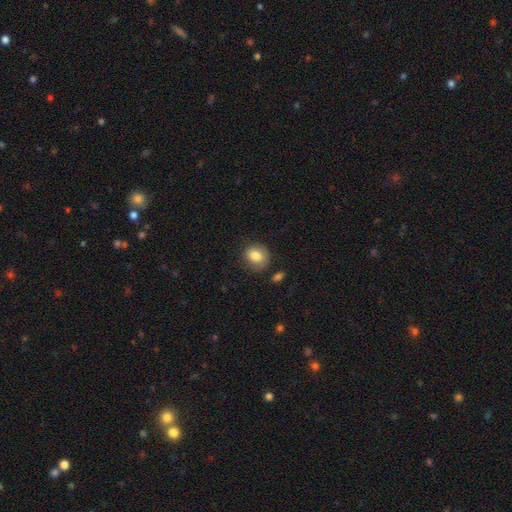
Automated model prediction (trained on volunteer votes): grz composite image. It shows a smooth galaxy with no disk features (83%) that is round (73%). Merging: none (76%).